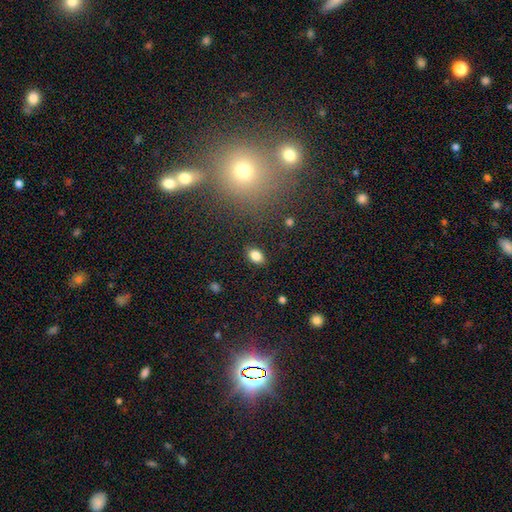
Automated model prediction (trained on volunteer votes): smooth-or-featured: smooth: 84% | star or artifact: 10% | featured or disk: 7%
  how-rounded: in between: 82% | round: 16% | cigar-shaped: 2%
  merging: none: 87% | minor disturbance: 9% | major disturbance: 2% | merger: 1%